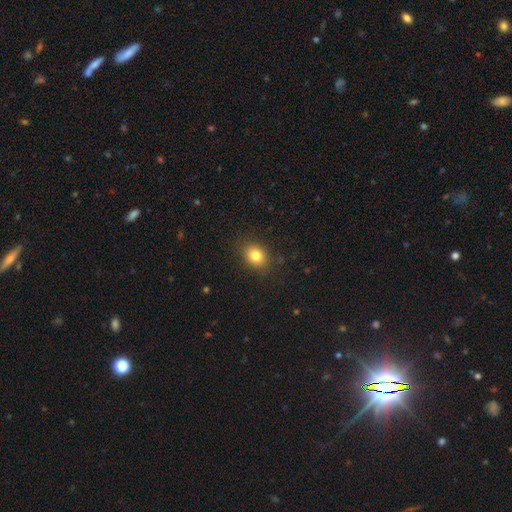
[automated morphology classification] A smooth galaxy with no disk features (81%) that is in between round and cigar-shaped (53%).

Vote fractions:
- Smooth or featured? smooth: 81% / star or artifact: 11% / featured or disk: 8%
- How rounded? in between: 53% / round: 46% / cigar-shaped: 1%
- Merging? none: 86% / minor disturbance: 10% / major disturbance: 3% / merger: 1%